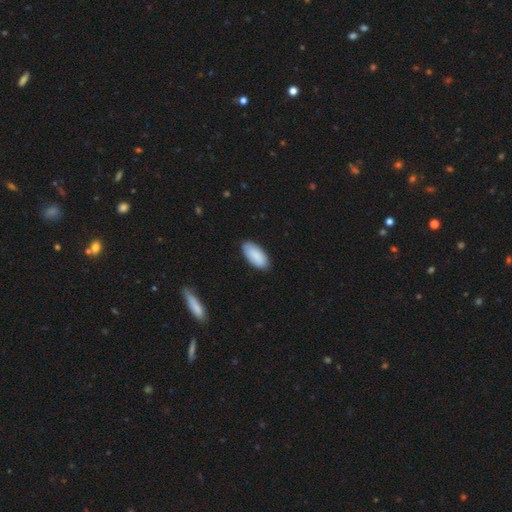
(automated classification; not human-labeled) This is clearly a smooth galaxy (89%). How rounded: clearly in between (92%). Merging: clearly none (86%).